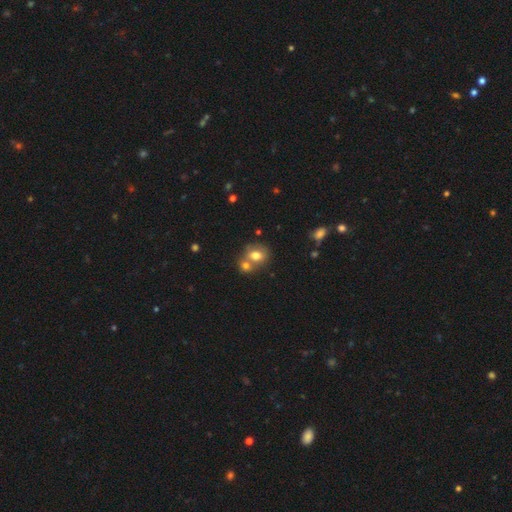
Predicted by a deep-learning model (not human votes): The model was most divided on "merging": merger: 47%, none: 39%, minor disturbance: 10%, major disturbance: 4%. More confident: smooth or featured — smooth (74%); how rounded — round (57%).